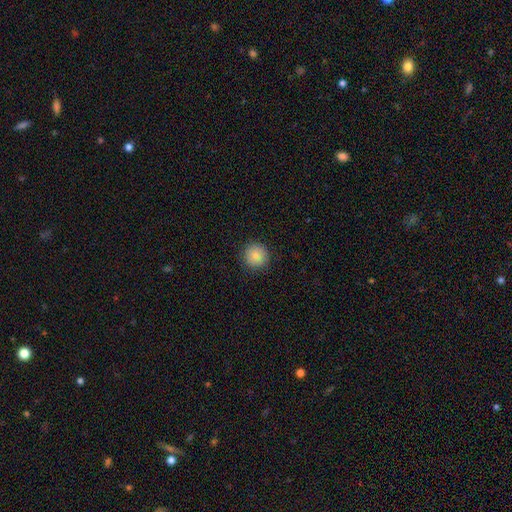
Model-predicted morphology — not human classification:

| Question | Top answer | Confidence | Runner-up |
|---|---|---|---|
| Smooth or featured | smooth | 84% | star or artifact (10%) |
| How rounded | round | 95% | in between (4%) |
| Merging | none | 91% | minor disturbance (6%) |